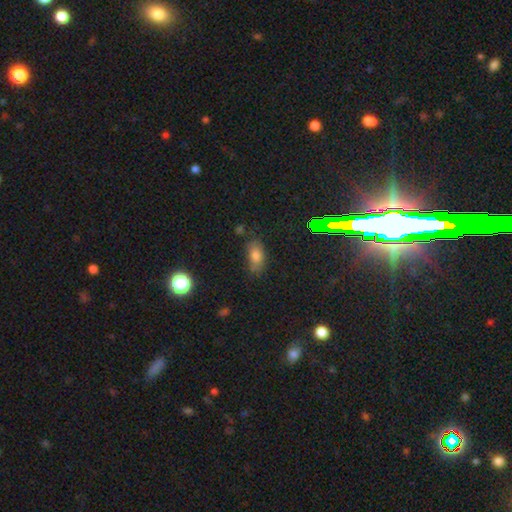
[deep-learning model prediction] The model was most divided on "merging": none: 65%, minor disturbance: 24%, major disturbance: 7%, merger: 4%. More confident: how rounded — in between (84%); smooth or featured — smooth (71%).